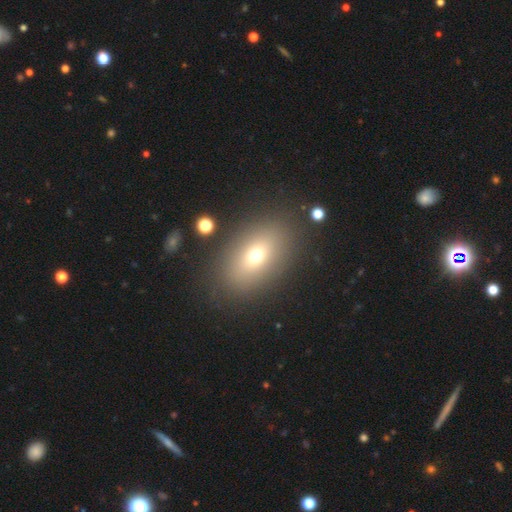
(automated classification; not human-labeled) This is likely a smooth galaxy (66%). How rounded: clearly in between (81%). Merging: clearly none (84%).